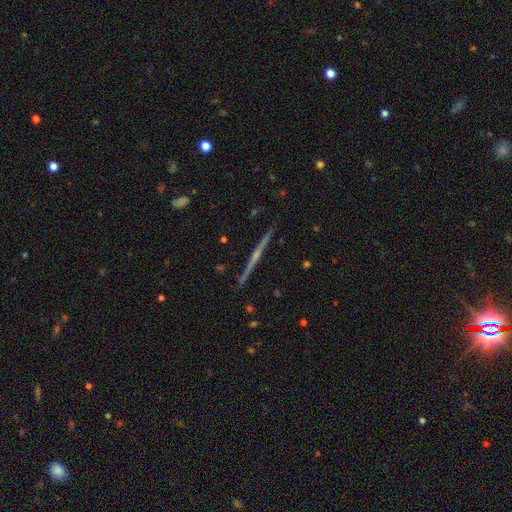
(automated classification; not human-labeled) This is clearly a featured or disk galaxy (82%). It is clearly viewed edge-on (99%). Edge-on bulge: likely rounded (73%). Merging: clearly none (92%).